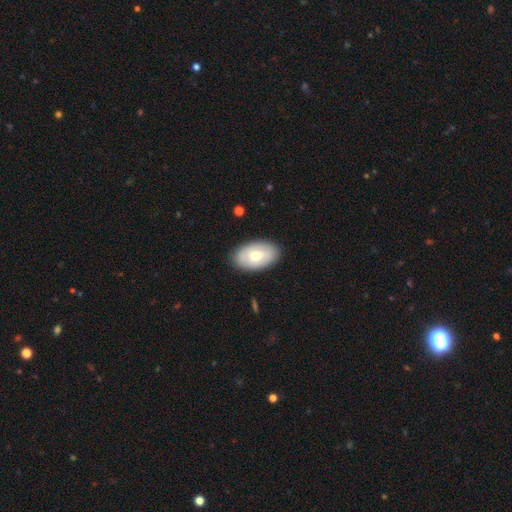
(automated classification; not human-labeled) smooth_or_featured: smooth (p=0.62) [alt: featured or disk p=0.32]
how_rounded: in between (p=0.92) [alt: round p=0.06]
merging: none (p=0.86) [alt: minor disturbance p=0.11]